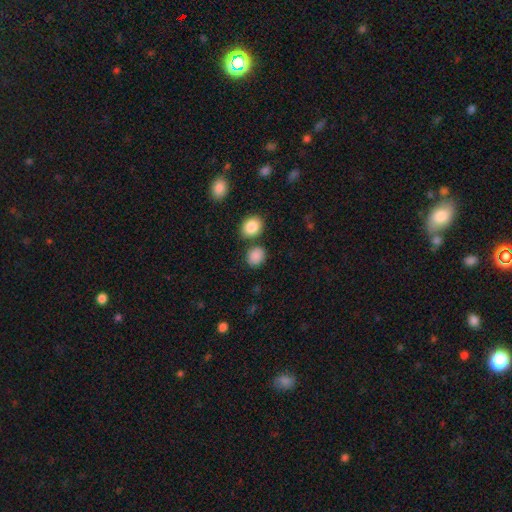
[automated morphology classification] A smooth galaxy with no disk features (87%) that is round (66%).

Vote fractions:
- Smooth or featured? smooth: 87% / star or artifact: 9% / featured or disk: 4%
- How rounded? round: 66% / in between: 33% / cigar-shaped: 1%
- Merging? none: 74% / minor disturbance: 12% / merger: 12% / major disturbance: 3%